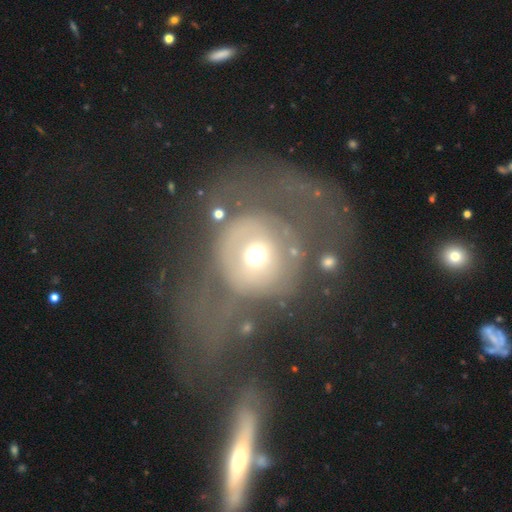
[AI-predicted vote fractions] featured or disk 50%, smooth 39%, star or artifact 10%. Down the decision tree: edge-on disk — no (95%); merging — major disturbance (50%).